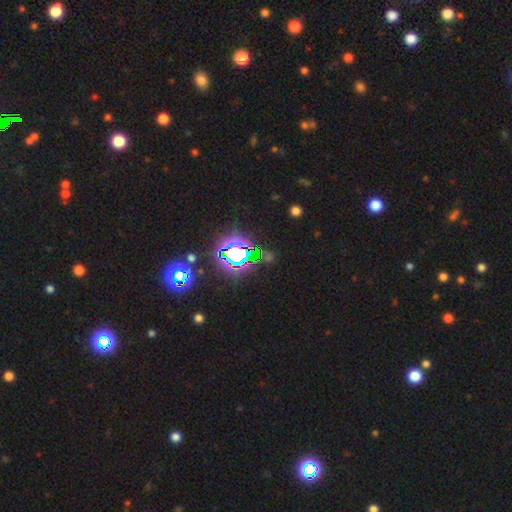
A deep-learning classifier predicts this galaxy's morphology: Smooth or featured?
  - star or artifact: 75% *
  - smooth: 15%
  - featured or disk: 9%